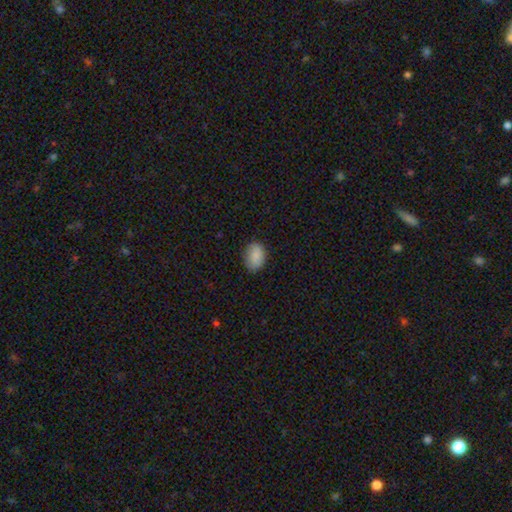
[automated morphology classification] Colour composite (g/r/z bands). It shows a smooth galaxy with no disk features (88%) that is in between round and cigar-shaped (76%). Merging: none (80%).